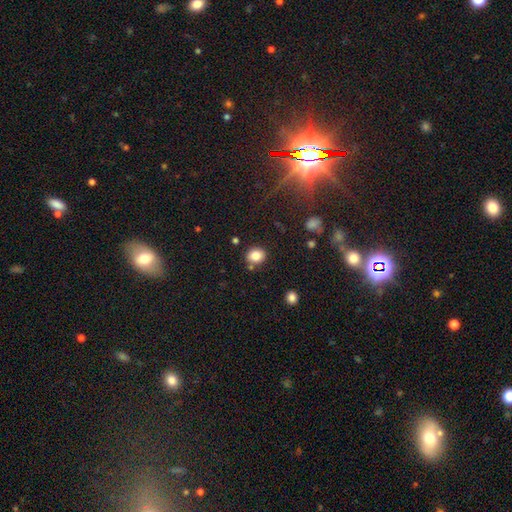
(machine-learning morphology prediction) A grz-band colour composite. It shows a smooth galaxy with no disk features (83%) that is round (65%). Merging: none (80%).